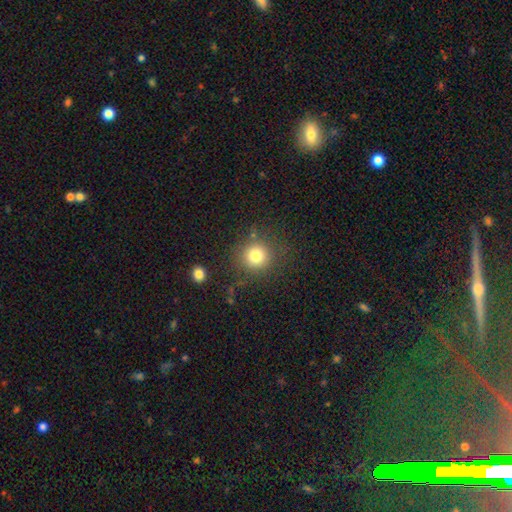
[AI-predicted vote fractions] Smooth or featured? smooth (78%)
How rounded? round (92%)
Merging? none (83%)